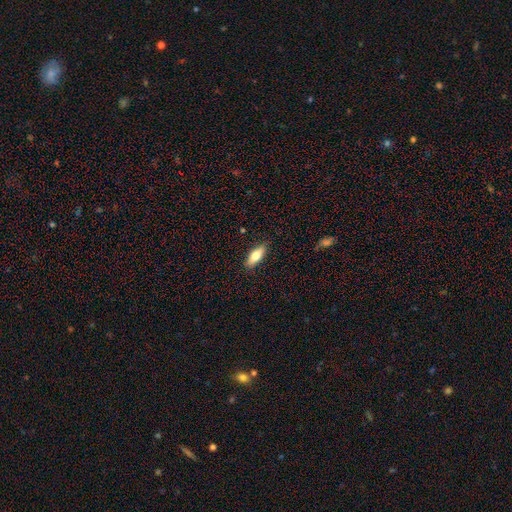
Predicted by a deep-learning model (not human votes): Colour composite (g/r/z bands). It shows a smooth galaxy with no disk features (68%) that is in between round and cigar-shaped (65%). Merging: none (88%).